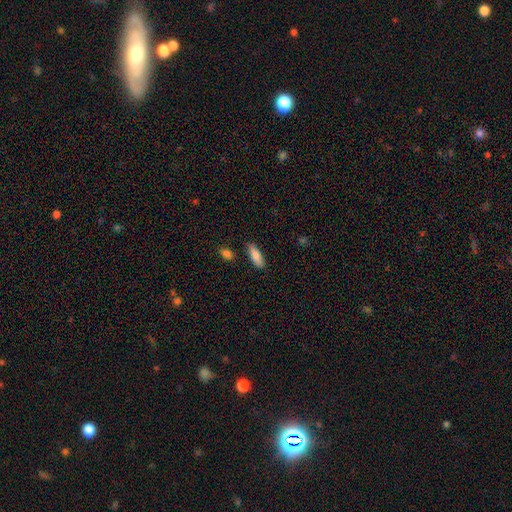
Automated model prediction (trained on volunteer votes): smooth_or_featured: smooth (p=0.84) [alt: featured or disk p=0.10]
how_rounded: in between (p=0.65) [alt: cigar-shaped p=0.33]
merging: none (p=0.85) [alt: minor disturbance p=0.10]